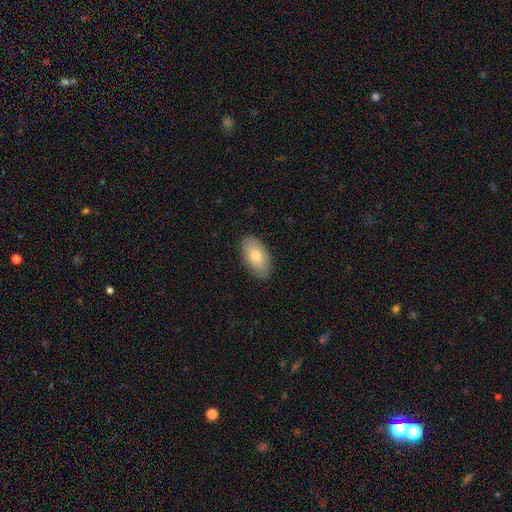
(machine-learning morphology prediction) type=smooth (75%); roundness=in between (95%); merging=none (87%).